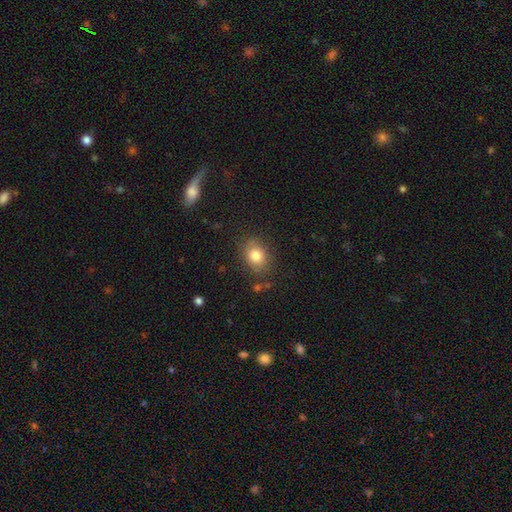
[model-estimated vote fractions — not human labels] Overall: smooth (81%). How rounded: in between (56%; round 43%). Merging: none (80%).